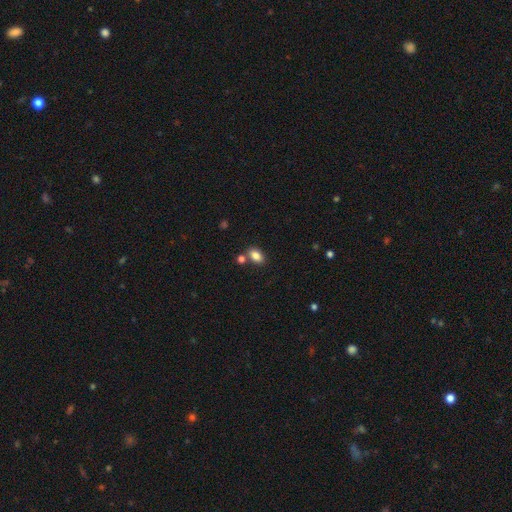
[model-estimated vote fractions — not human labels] smooth_or_featured: smooth (p=0.84) [alt: star or artifact p=0.09]
how_rounded: in between (p=0.86) [alt: round p=0.13]
merging: none (p=0.67) [alt: merger p=0.18]